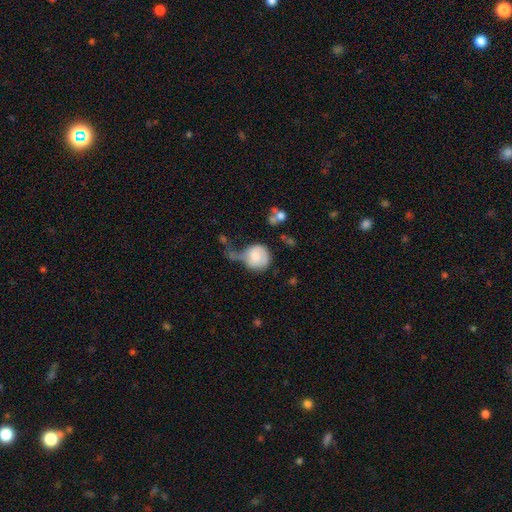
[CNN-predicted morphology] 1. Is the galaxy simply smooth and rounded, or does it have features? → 63% smooth, 30% featured or disk, 7% star or artifact.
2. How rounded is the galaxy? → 80% round, 19% in between, 1% cigar-shaped.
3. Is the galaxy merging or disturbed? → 41% major disturbance, 24% minor disturbance, 21% none, 13% merger.